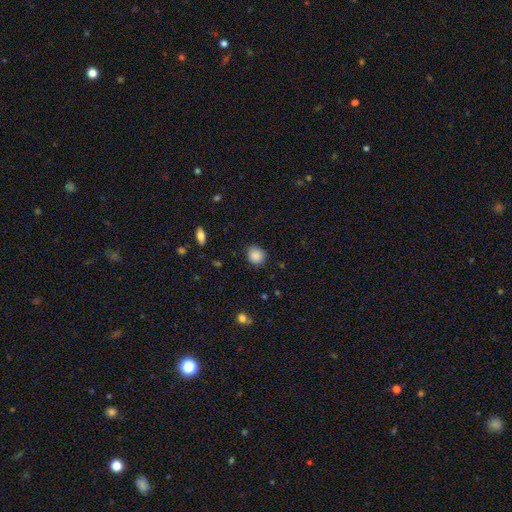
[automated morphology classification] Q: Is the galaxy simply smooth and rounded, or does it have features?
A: smooth — 88%.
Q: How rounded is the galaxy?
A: round — 82%.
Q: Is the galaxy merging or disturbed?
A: none — 86%.